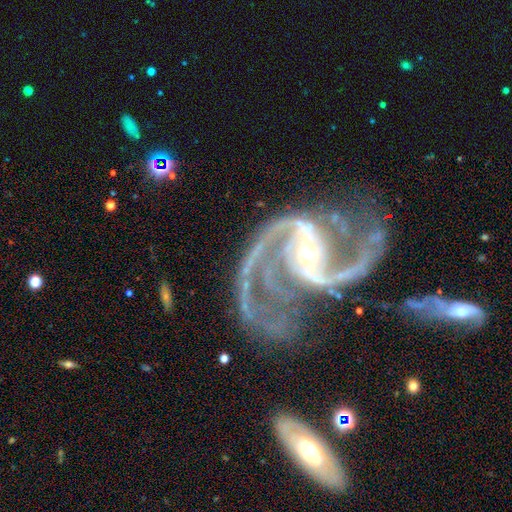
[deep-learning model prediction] Overall: featured or disk (94%). Edge-on disk: no (98%). Bar: strong (44%; weak 34%). Spiral arms: yes (99%). Spiral arm count: 2 (88%). Spiral winding: medium (59%; loose 27%). Bulge size: moderate (48%; small 47%). Merging: none (56%; major disturbance 20%).